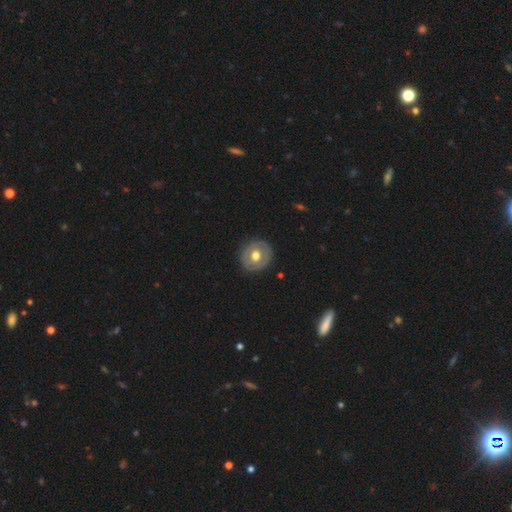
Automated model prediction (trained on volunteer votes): Morphology: type=featured or disk (48%); merging=none (85%).